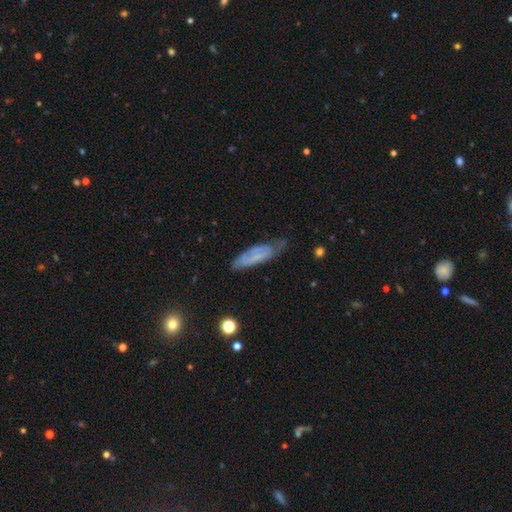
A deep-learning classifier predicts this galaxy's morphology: The model was most divided on "smooth or featured": featured or disk: 52%, smooth: 39%, star or artifact: 9%. More confident: edge-on disk — no (74%); merging — none (56%).